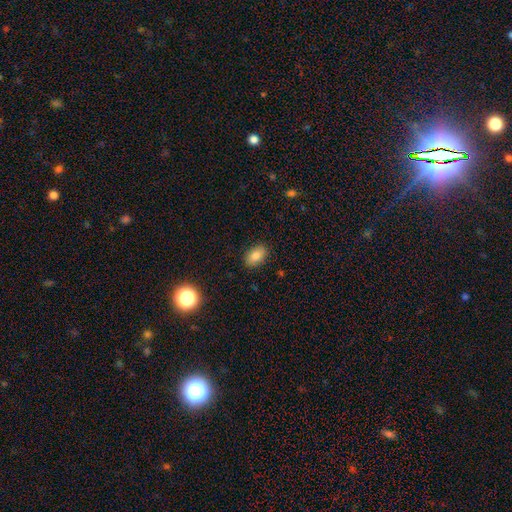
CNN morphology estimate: Overall: smooth (81%). How rounded: in between (87%). Merging: none (88%).